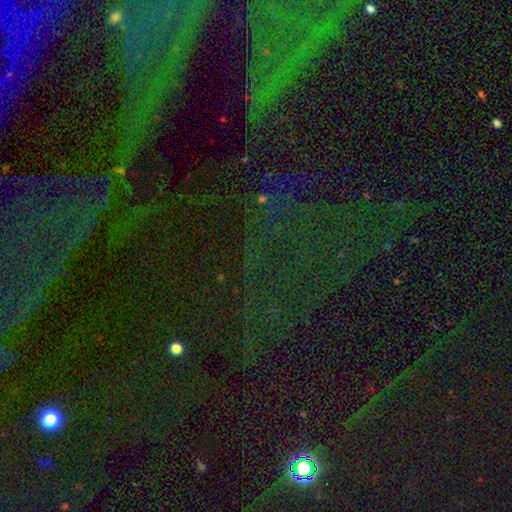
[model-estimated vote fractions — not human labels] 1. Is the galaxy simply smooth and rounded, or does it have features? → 78% star or artifact, 11% smooth, 11% featured or disk.